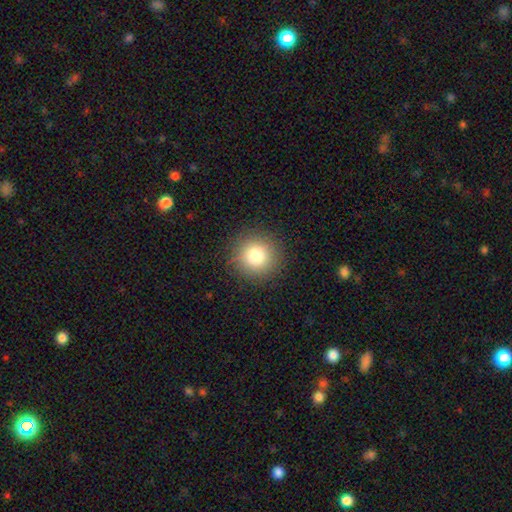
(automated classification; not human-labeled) Q: Smooth or featured?
A: smooth (80%); runner-up: star or artifact (12%)
Q: How rounded?
A: round (94%); runner-up: in between (5%)
Q: Merging?
A: none (90%); runner-up: minor disturbance (7%)